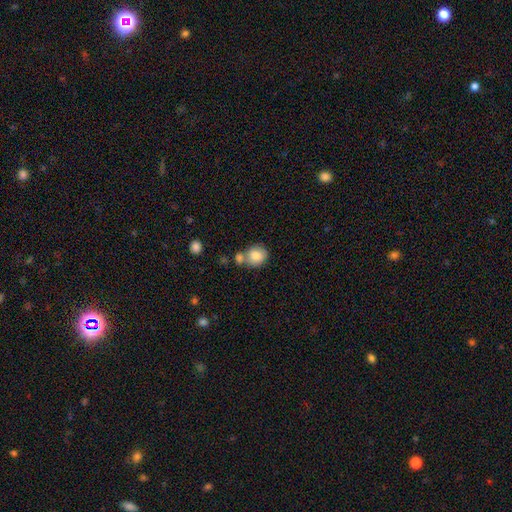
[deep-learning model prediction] Overall: smooth (84%). How rounded: round (72%). Merging: none (53%; merger 31%).